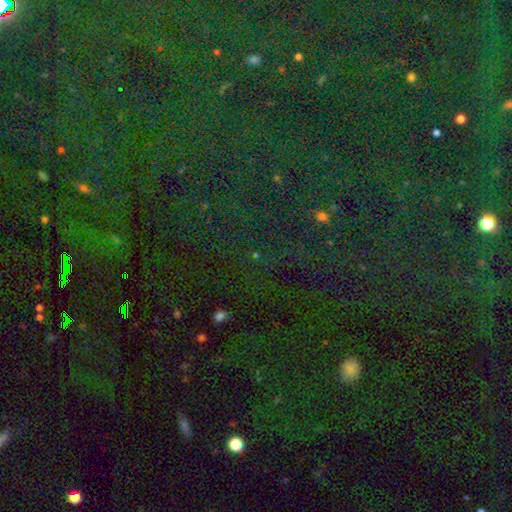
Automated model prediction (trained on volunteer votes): Q: Smooth or featured?
A: star or artifact (72%); runner-up: smooth (21%)